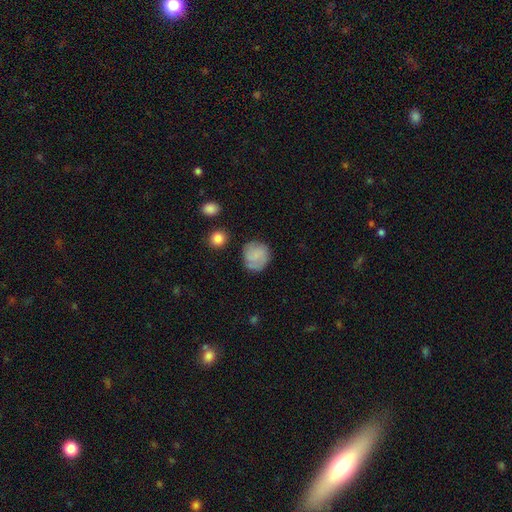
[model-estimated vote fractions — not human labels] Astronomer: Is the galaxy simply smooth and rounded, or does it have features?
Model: smooth — 74%.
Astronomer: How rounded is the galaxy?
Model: round — 83%.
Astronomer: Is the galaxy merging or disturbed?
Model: none — 71%.